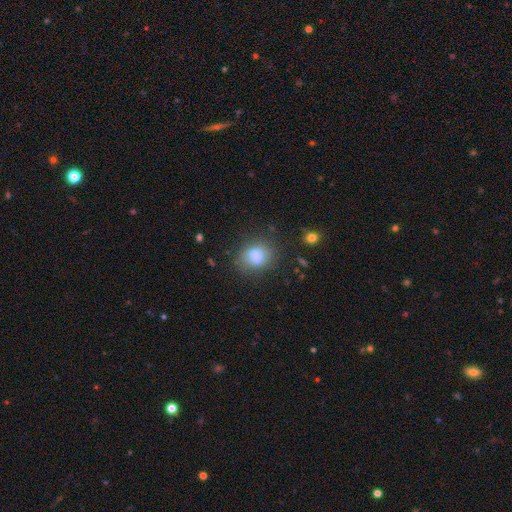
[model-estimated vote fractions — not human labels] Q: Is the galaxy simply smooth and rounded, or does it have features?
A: smooth — 71%.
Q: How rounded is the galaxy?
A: round — 61%.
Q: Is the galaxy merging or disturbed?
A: none — 57%.